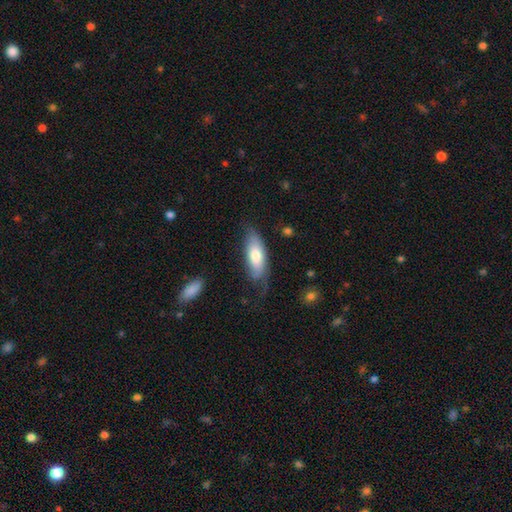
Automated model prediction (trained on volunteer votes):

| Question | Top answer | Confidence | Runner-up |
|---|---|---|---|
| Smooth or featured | smooth | 68% | featured or disk (26%) |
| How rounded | in between | 75% | cigar-shaped (23%) |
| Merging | none | 54% | minor disturbance (30%) |